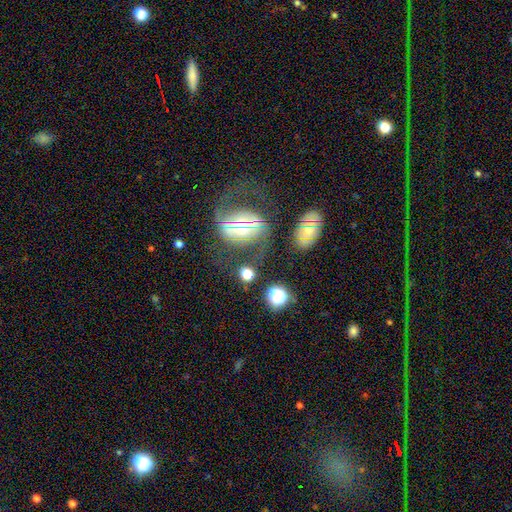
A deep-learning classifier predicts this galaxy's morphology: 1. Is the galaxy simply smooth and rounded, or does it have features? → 74% featured or disk, 18% smooth, 9% star or artifact.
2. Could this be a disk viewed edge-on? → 96% no, 4% yes.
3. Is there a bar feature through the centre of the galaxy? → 44% no, 33% weak, 24% strong.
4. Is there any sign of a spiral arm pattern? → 83% yes, 17% no.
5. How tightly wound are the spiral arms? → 45% medium, 38% loose, 17% tight.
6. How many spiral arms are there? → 84% 2, 7% 1, 6% can't tell, 1% 3, 1% 4, 1% more than 4.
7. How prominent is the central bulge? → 66% moderate, 21% small, 9% large, 2% dominant, 1% none.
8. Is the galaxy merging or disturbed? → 51% none, 22% major disturbance, 17% minor disturbance, 11% merger.